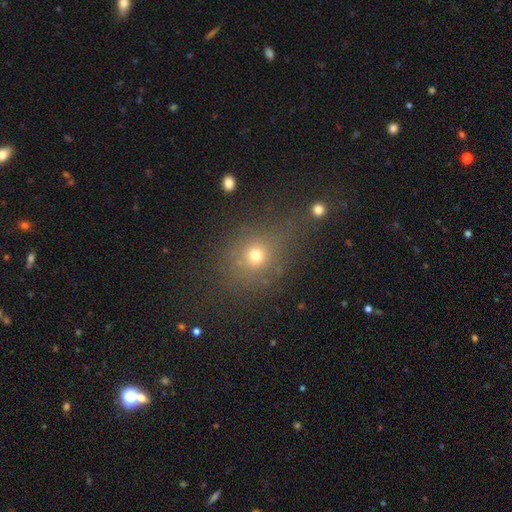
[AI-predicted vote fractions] A smooth galaxy with no disk features (69%) that is round (75%). Merging: none (70%).